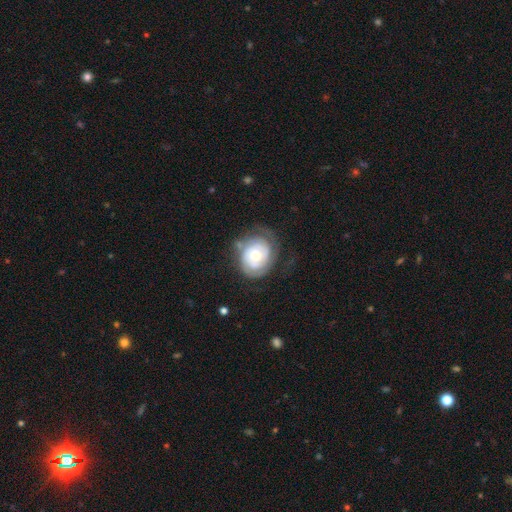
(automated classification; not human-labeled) A featured or disk galaxy (67%) with no bar (78%), tight (67%) spiral arms (81%) and a moderate central bulge (56%).

Vote fractions:
- Smooth or featured? featured or disk: 67% / smooth: 26% / star or artifact: 6%
- Edge-on disk? no: 97% / yes: 3%
- Bar? no: 78% / weak: 19% / strong: 4%
- Spiral arms? yes: 81% / no: 19%
- Spiral winding? tight: 67% / medium: 23% / loose: 10%
- Spiral arm count? can't tell: 41% / 2: 35% / 3: 10% / 1: 8% / 4: 4% / more than 4: 3%
- Bulge size? moderate: 56% / small: 36% / large: 6% / dominant: 1% / none: 1%
- Merging? none: 57% / minor disturbance: 23% / major disturbance: 17% / merger: 3%